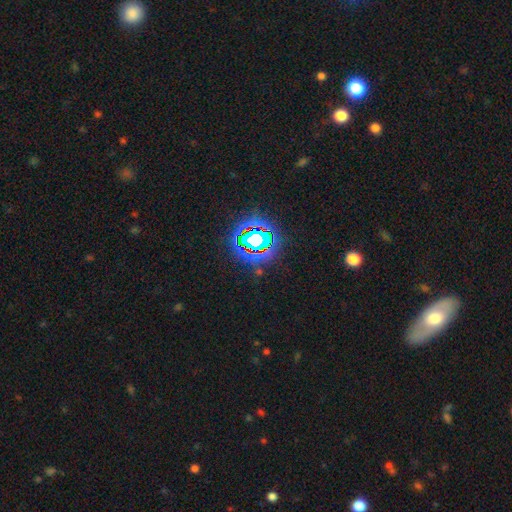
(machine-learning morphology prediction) Q: Smooth or featured?
A: star or artifact (77%); runner-up: smooth (13%)